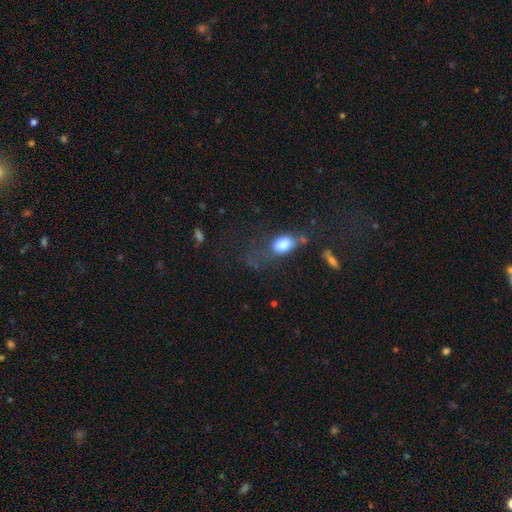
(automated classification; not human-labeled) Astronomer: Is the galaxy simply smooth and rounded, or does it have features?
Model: smooth — 45% (runner-up: featured or disk, 28%).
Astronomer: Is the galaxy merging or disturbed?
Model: none — 37% (runner-up: major disturbance, 35%).